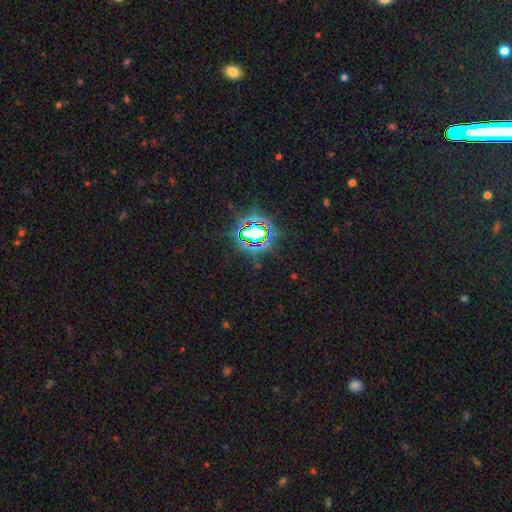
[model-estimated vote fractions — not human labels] Morphology: type=star or artifact (80%).